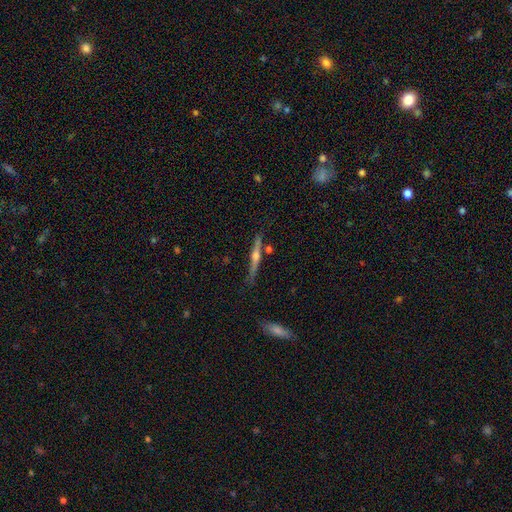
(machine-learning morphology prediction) Overall: featured or disk (76%). Edge-on disk: yes (98%). Edge-on bulge: rounded (92%). Merging: none (81%).